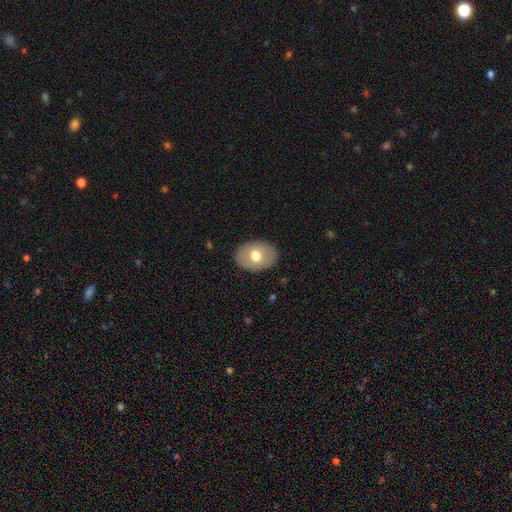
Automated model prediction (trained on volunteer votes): Smooth or featured?
  - smooth: 67% *
  - featured or disk: 26%
  - star or artifact: 7%
How rounded?
  - in between: 73% *
  - round: 26%
  - cigar-shaped: 1%
Merging?
  - none: 87% *
  - minor disturbance: 9%
  - major disturbance: 2%
  - merger: 1%